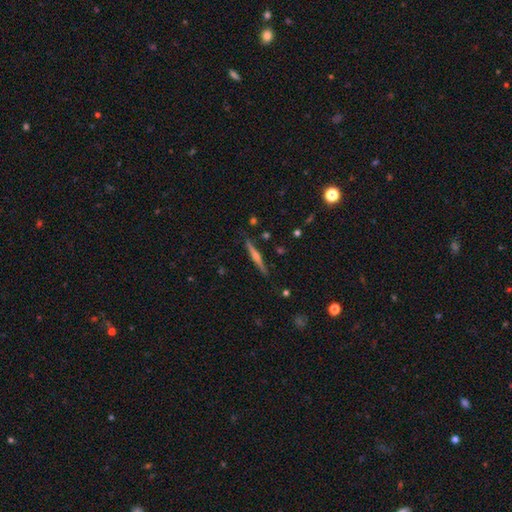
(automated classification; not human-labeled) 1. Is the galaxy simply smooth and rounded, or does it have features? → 73% featured or disk, 21% smooth, 6% star or artifact.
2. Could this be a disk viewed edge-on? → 98% yes, 2% no.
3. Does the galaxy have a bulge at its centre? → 81% rounded, 11% none, 8% boxy.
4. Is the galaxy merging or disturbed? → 89% none, 8% minor disturbance, 2% major disturbance, 2% merger.